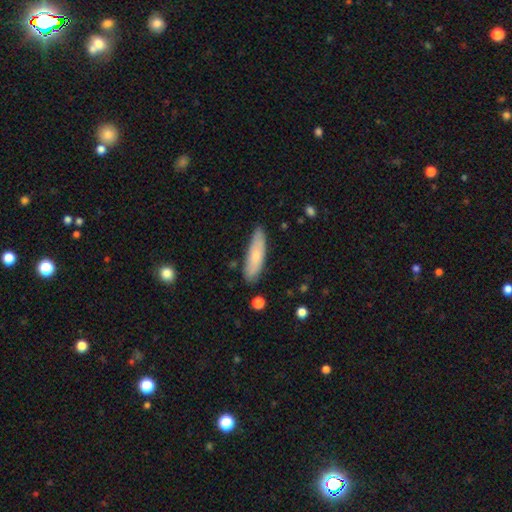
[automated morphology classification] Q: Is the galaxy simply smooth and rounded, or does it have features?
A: smooth — 69%.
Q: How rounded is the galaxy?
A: cigar-shaped — 61%.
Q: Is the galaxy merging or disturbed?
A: none — 81%.